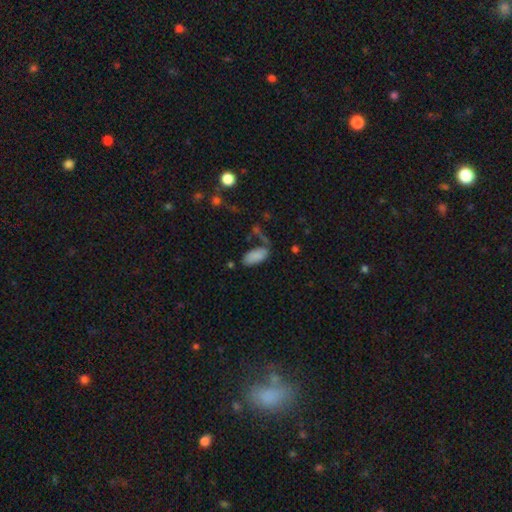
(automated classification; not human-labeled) Smooth or featured: smooth — 85% (star or artifact — 8%)
How rounded: in between — 90% (cigar-shaped — 8%)
Merging: none — 65% (minor disturbance — 19%)